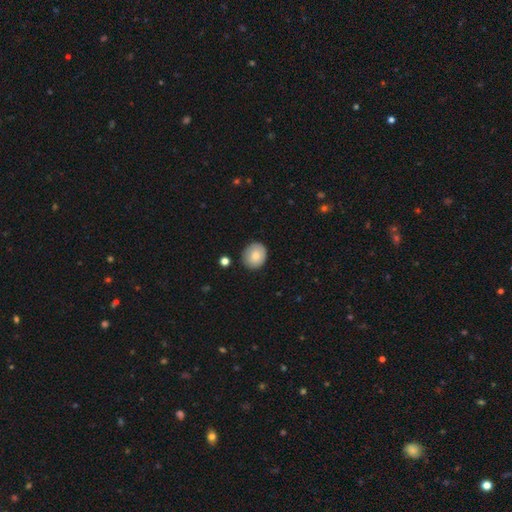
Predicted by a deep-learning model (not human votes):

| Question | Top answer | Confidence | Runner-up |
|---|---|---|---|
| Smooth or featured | smooth | 79% | featured or disk (14%) |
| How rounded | round | 73% | in between (26%) |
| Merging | none | 84% | minor disturbance (12%) |